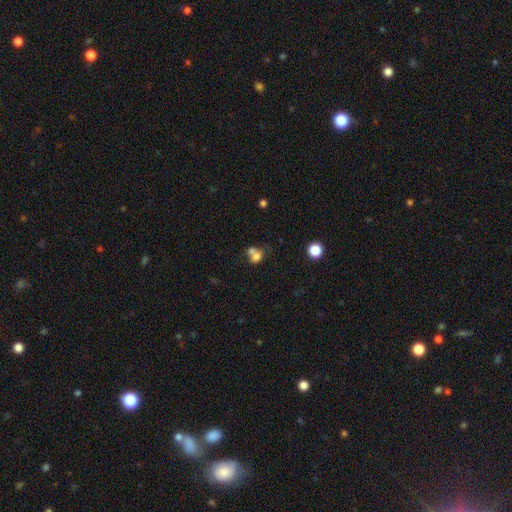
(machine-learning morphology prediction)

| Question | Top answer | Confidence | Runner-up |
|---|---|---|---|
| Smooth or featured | smooth | 71% | featured or disk (16%) |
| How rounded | round | 55% | in between (43%) |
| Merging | merger | 57% | none (28%) |